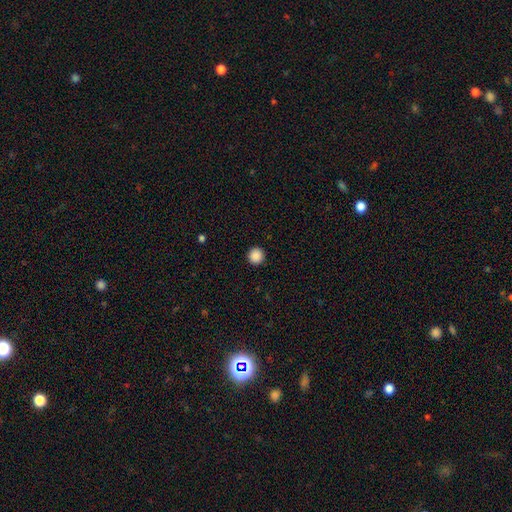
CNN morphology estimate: Smooth or featured?
  - smooth: 89% *
  - star or artifact: 9%
  - featured or disk: 2%
How rounded?
  - round: 95% *
  - in between: 4%
  - cigar-shaped: 1%
Merging?
  - none: 93% *
  - minor disturbance: 4%
  - major disturbance: 2%
  - merger: 1%